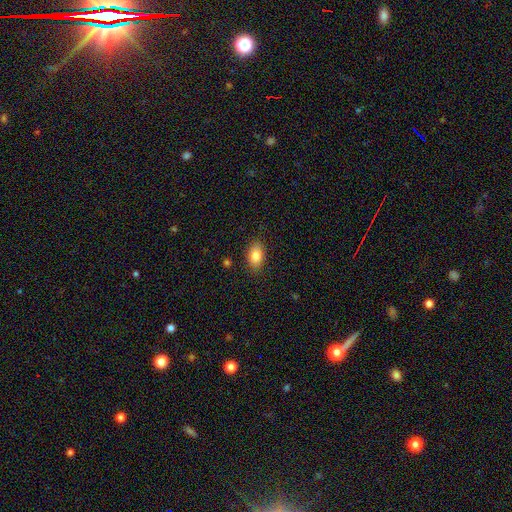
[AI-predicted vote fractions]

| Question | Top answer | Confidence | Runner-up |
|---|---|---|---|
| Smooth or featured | smooth | 84% | featured or disk (8%) |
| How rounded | in between | 89% | round (9%) |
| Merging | none | 86% | minor disturbance (10%) |